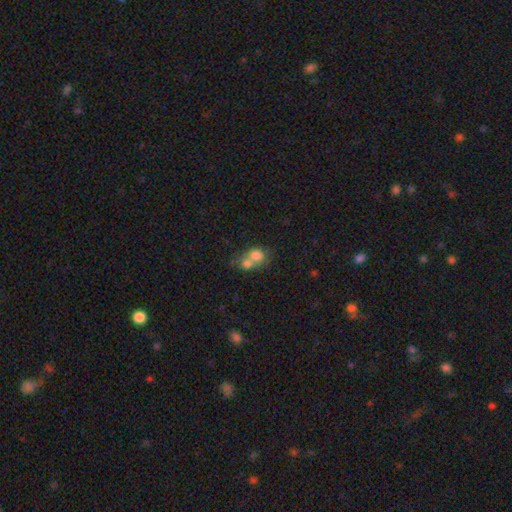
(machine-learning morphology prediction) Smooth or featured?
  - smooth: 75% *
  - featured or disk: 15%
  - star or artifact: 10%
How rounded?
  - round: 58% *
  - in between: 41%
  - cigar-shaped: 1%
Merging?
  - merger: 66% *
  - none: 24%
  - minor disturbance: 6%
  - major disturbance: 4%